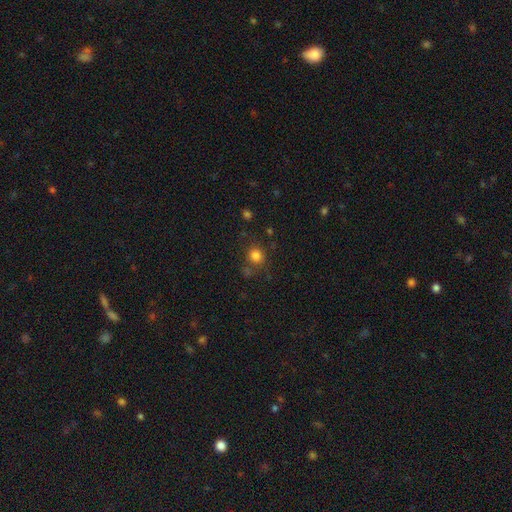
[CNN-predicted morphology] smooth_or_featured: smooth (p=0.81) [alt: star or artifact p=0.14]
how_rounded: round (p=0.85) [alt: in between p=0.14]
merging: none (p=0.74) [alt: minor disturbance p=0.13]